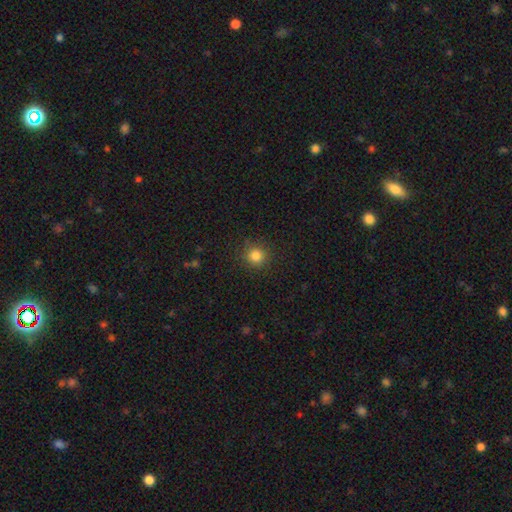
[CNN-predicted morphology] Smooth or featured? Predicted: smooth (p=0.82). How rounded? Predicted: round (p=0.93). Merging? Predicted: none (p=0.88).